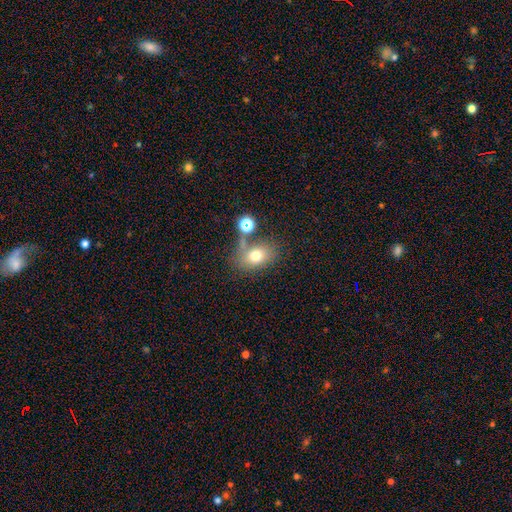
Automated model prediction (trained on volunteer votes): Morphology: type=smooth (72%); roundness=in between (74%); merging=none (57%).